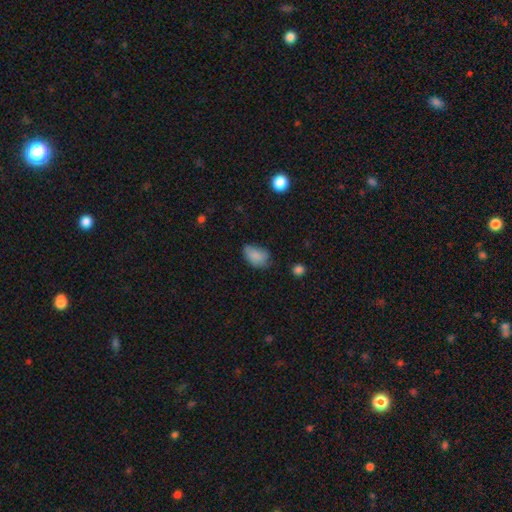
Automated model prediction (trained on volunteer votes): Overall: smooth (83%). How rounded: in between (86%). Merging: none (52%; minor disturbance 36%).